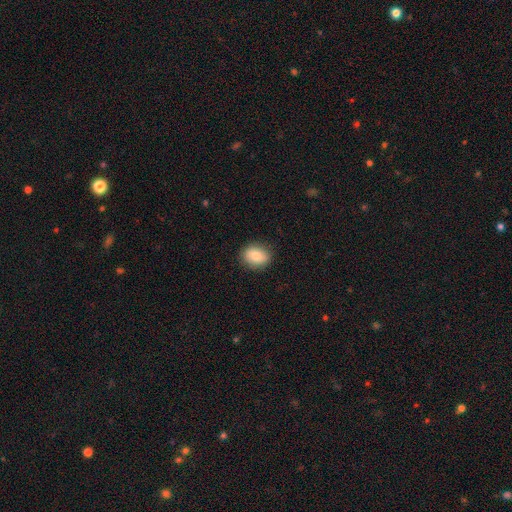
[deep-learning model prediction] smooth 81%, featured or disk 11%, star or artifact 8%. Down the decision tree: how rounded — in between (51%); merging — none (87%).